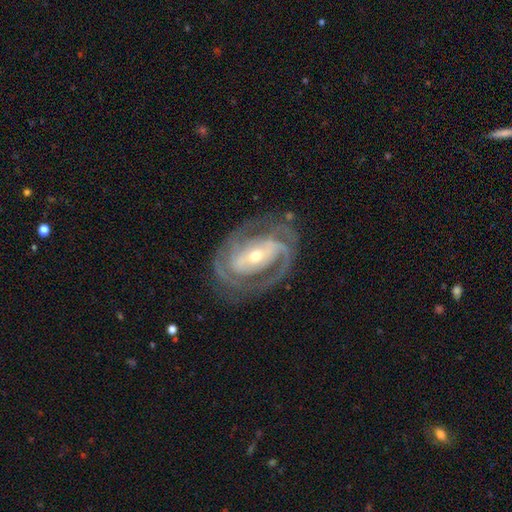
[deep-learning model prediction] Overall: featured or disk (90%). Edge-on disk: no (96%). Bar: strong (45%; weak 31%). Spiral arms: yes (96%). Spiral arm count: 2 (65%). Spiral winding: tight (56%; medium 37%). Bulge size: small (52%; moderate 44%). Merging: none (74%).